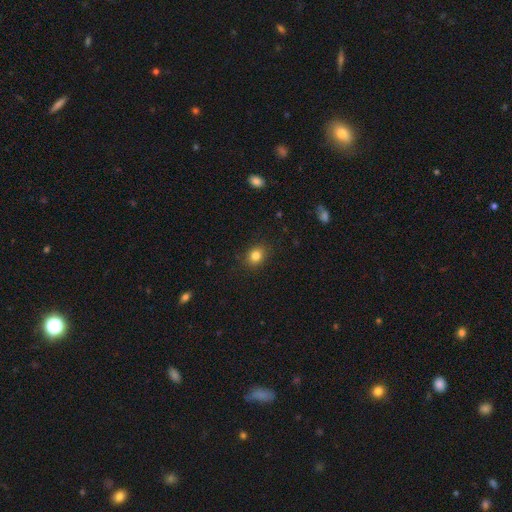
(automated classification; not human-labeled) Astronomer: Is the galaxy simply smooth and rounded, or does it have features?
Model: smooth — 82%.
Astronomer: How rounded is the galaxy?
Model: round — 58% (runner-up: in between, 41%).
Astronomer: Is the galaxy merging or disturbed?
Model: none — 88%.